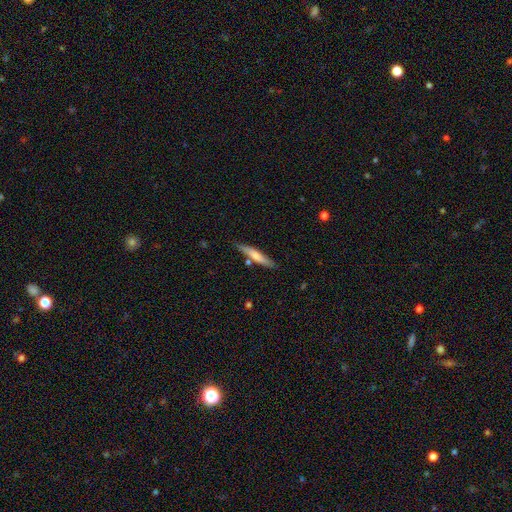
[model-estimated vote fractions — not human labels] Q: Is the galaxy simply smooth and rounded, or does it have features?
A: smooth — 63%.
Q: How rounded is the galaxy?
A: cigar-shaped — 90%.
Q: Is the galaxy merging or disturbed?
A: none — 77%.